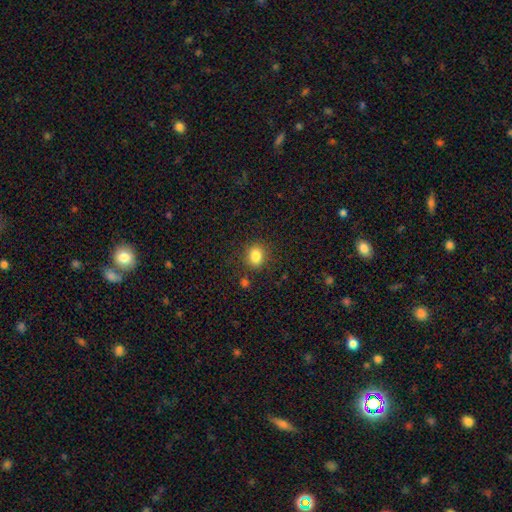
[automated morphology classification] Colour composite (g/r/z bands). It shows a smooth galaxy with no disk features (84%) that is round (55%). Merging: none (83%).